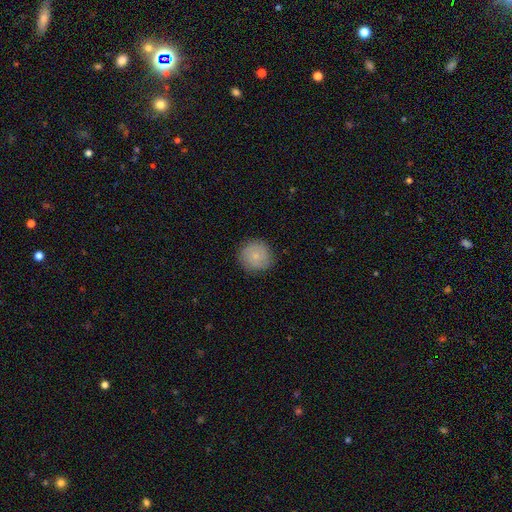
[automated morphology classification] Smooth or featured? Predicted: smooth (p=0.67). How rounded? Predicted: round (p=0.92). Merging? Predicted: none (p=0.85).